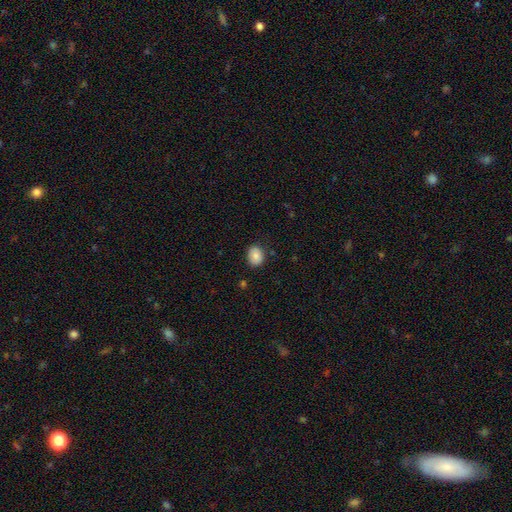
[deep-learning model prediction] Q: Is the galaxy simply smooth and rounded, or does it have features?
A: smooth — 85%.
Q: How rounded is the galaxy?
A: in between — 50%.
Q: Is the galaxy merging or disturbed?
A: none — 81%.